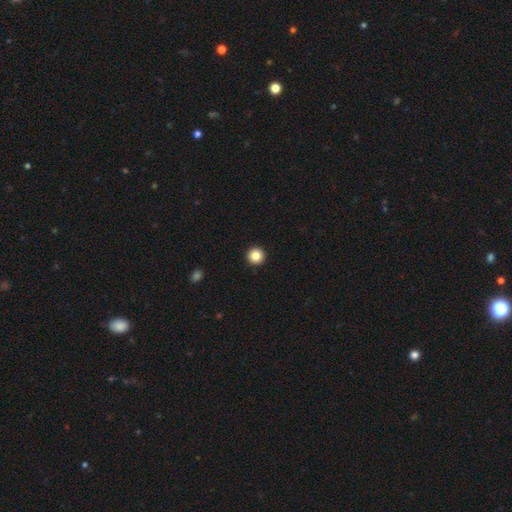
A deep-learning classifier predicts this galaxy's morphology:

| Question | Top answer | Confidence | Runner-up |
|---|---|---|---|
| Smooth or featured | smooth | 85% | star or artifact (10%) |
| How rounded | round | 97% | in between (2%) |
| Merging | none | 94% | minor disturbance (3%) |